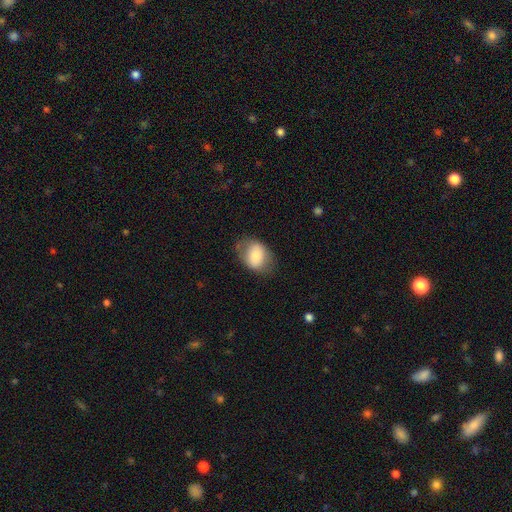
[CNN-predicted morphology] A smooth galaxy with no disk features (76%) that is in between round and cigar-shaped (74%).

Vote fractions:
- Smooth or featured? smooth: 76% / featured or disk: 17% / star or artifact: 7%
- How rounded? in between: 74% / round: 25% / cigar-shaped: 1%
- Merging? none: 67% / minor disturbance: 22% / major disturbance: 9% / merger: 1%